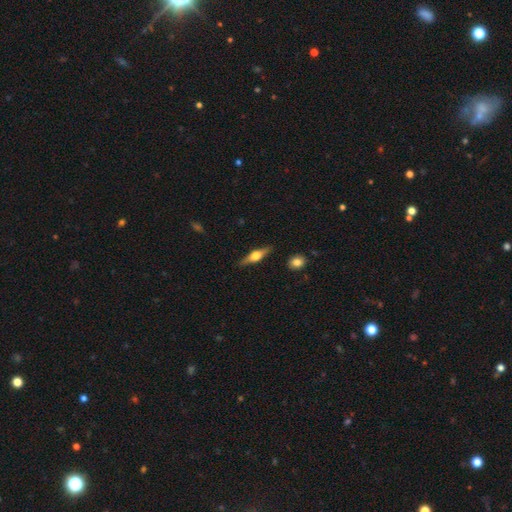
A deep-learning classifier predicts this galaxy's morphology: Q: Smooth or featured?
A: featured or disk (61%); runner-up: smooth (33%)
Q: Edge-on disk?
A: yes (95%); runner-up: no (5%)
Q: Edge-on bulge?
A: rounded (93%); runner-up: boxy (6%)
Q: Merging?
A: none (86%); runner-up: minor disturbance (10%)